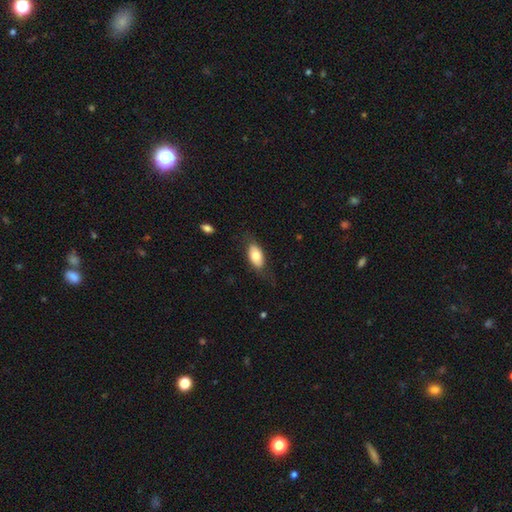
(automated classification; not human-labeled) smooth 74%, featured or disk 20%, star or artifact 6%. Down the decision tree: how rounded — in between (91%); merging — none (69%).